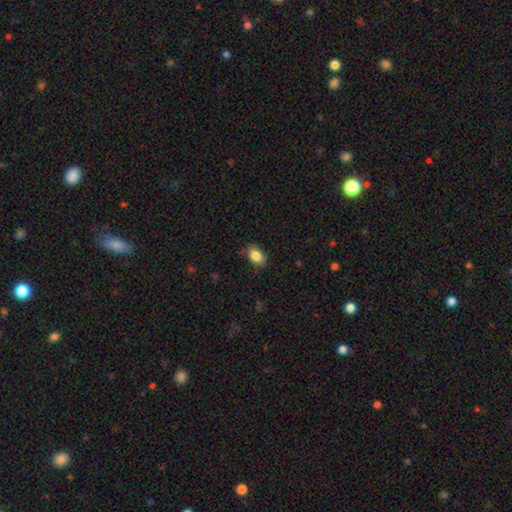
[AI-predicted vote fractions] A smooth galaxy with no disk features (85%) that is in between round and cigar-shaped (76%).

Vote fractions:
- Smooth or featured? smooth: 85% / star or artifact: 9% / featured or disk: 7%
- How rounded? in between: 76% / round: 22% / cigar-shaped: 1%
- Merging? none: 77% / minor disturbance: 18% / major disturbance: 4% / merger: 1%